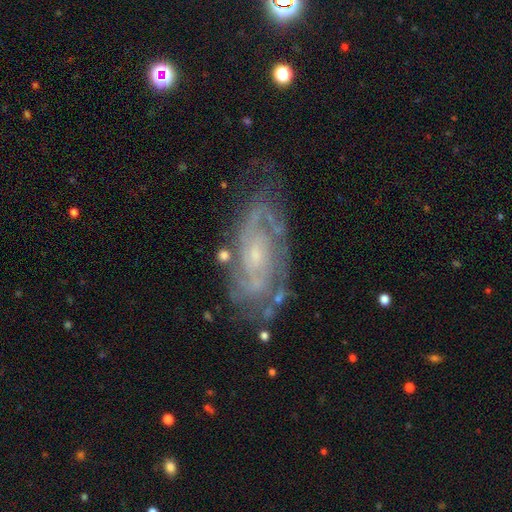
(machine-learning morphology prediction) Overall: featured or disk (86%). Edge-on disk: no (94%). Bar: no (66%; weak 27%). Spiral arms: yes (95%). Spiral arm count: 2 (41%; can't tell 29%). Spiral winding: tight (63%; medium 30%). Bulge size: small (75%). Merging: none (72%).